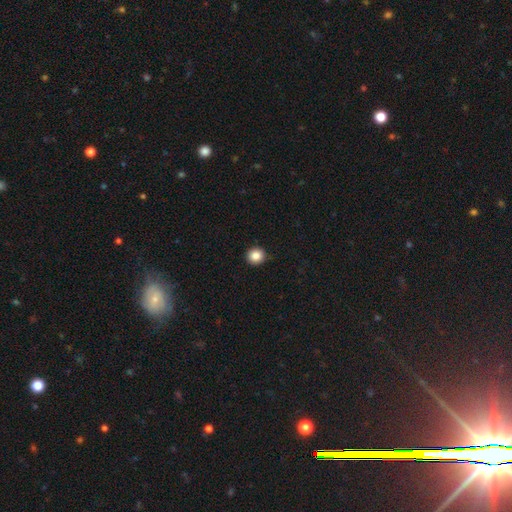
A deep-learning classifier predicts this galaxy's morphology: type=smooth (86%); roundness=round (92%); merging=none (91%).